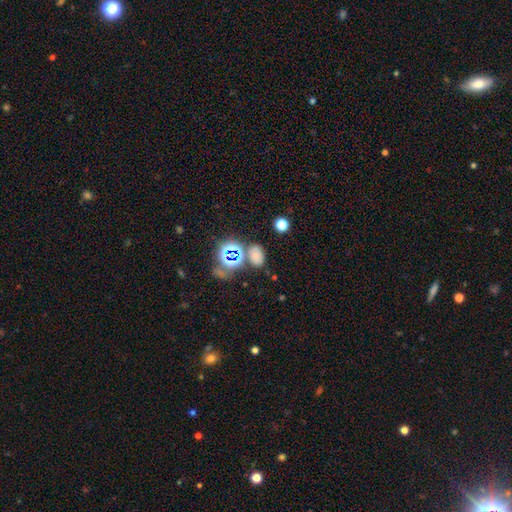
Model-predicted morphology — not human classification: smooth-or-featured: smooth: 61% | star or artifact: 31% | featured or disk: 9%
  how-rounded: in between: 74% | round: 25% | cigar-shaped: 2%
  merging: none: 64% | minor disturbance: 15% | merger: 13% | major disturbance: 7%